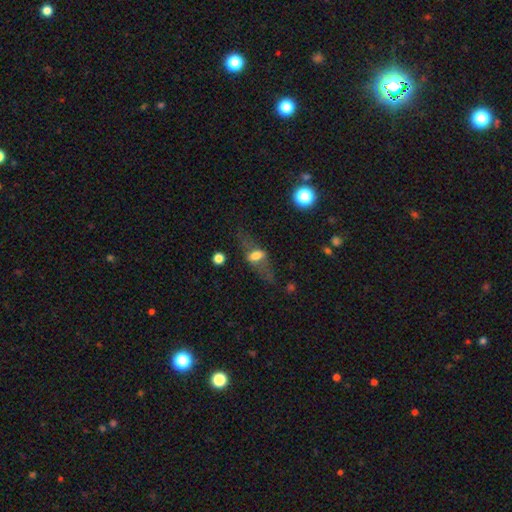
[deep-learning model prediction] Smooth or featured?
  - featured or disk: 47% *
  - smooth: 42%
  - star or artifact: 11%
Merging?
  - none: 57% *
  - major disturbance: 21%
  - minor disturbance: 19%
  - merger: 3%